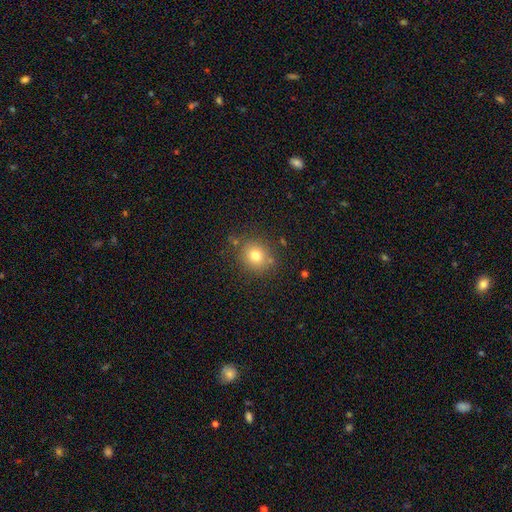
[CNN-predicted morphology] Smooth or featured?
  - smooth: 76% *
  - star or artifact: 14%
  - featured or disk: 10%
How rounded?
  - round: 82% *
  - in between: 17%
  - cigar-shaped: 1%
Merging?
  - none: 81% *
  - minor disturbance: 11%
  - merger: 4%
  - major disturbance: 4%